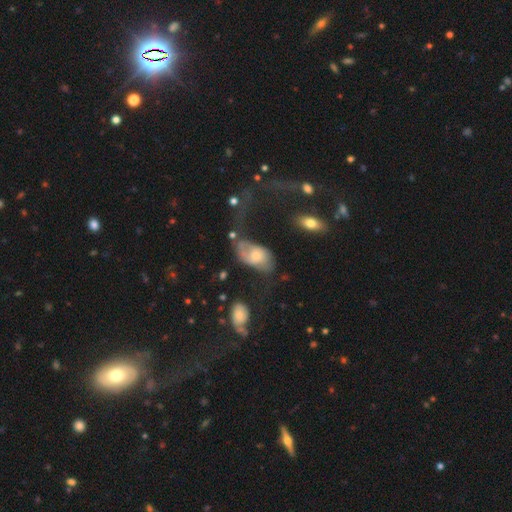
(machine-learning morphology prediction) Smooth or featured? featured or disk (47%)
Merging? major disturbance (36%)